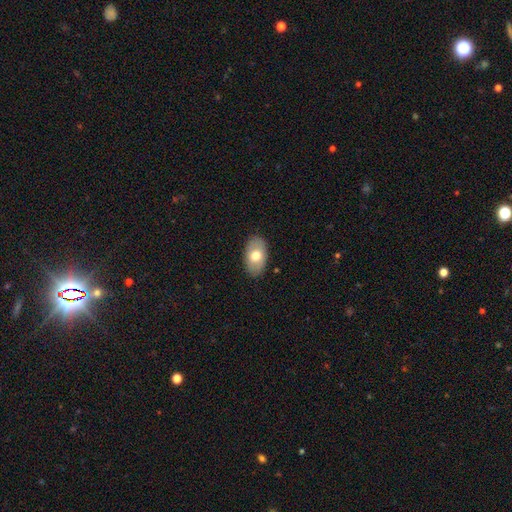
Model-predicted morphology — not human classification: smooth-or-featured: smooth: 68% | featured or disk: 26% | star or artifact: 6%
  how-rounded: in between: 92% | round: 7% | cigar-shaped: 1%
  merging: none: 86% | minor disturbance: 10% | major disturbance: 2% | merger: 1%